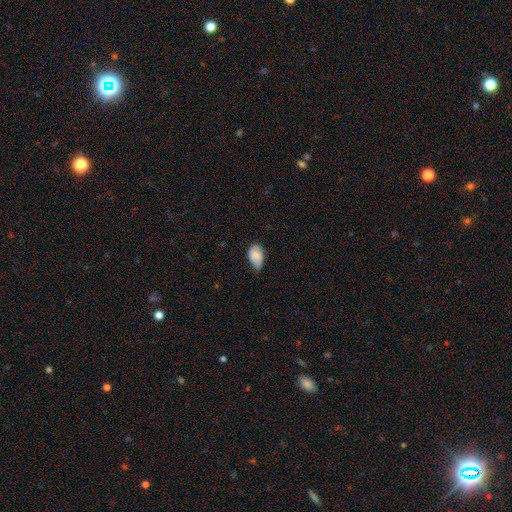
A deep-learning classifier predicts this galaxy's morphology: This is likely a smooth galaxy (79%). How rounded: clearly in between (91%). Merging: possibly minor disturbance (46%).